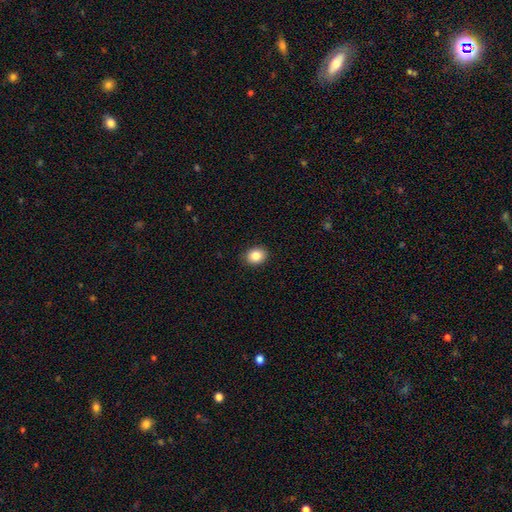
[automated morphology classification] smooth-or-featured: smooth: 86% | star or artifact: 9% | featured or disk: 5%
  how-rounded: in between: 51% | round: 48% | cigar-shaped: 1%
  merging: none: 90% | minor disturbance: 7% | major disturbance: 2% | merger: 1%